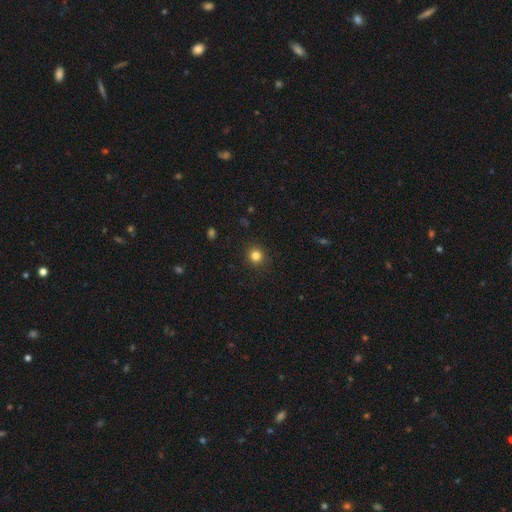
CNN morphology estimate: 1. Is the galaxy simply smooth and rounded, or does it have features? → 82% smooth, 13% star or artifact, 5% featured or disk.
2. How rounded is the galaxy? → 90% round, 9% in between, 1% cigar-shaped.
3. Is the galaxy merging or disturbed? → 91% none, 6% minor disturbance, 2% major disturbance, 1% merger.